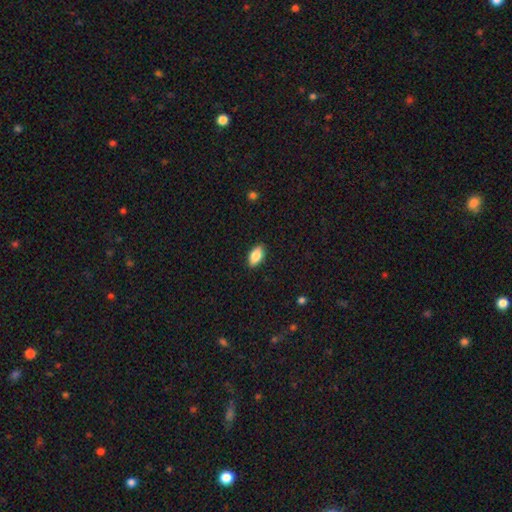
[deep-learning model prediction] A smooth galaxy with no disk features (85%) that is in between round and cigar-shaped (92%). Merging: none (89%).